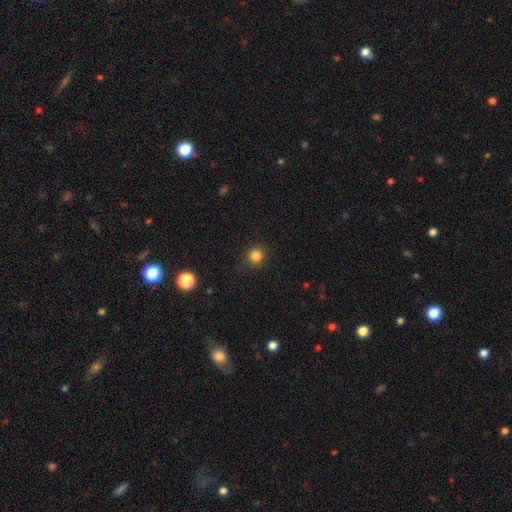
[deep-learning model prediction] A smooth galaxy with no disk features (83%) that is round (93%). Merging: none (89%).